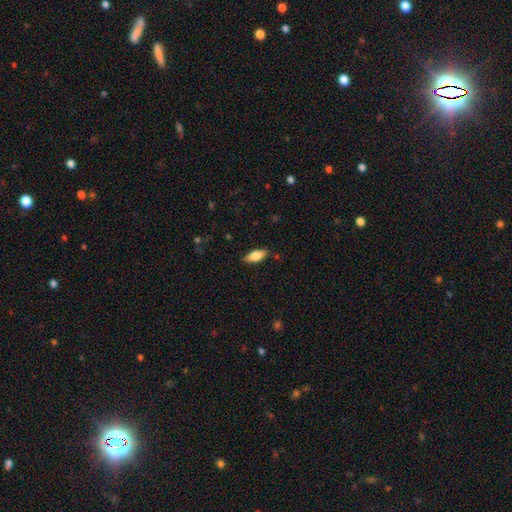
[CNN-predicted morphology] Smooth or featured?
  - smooth: 73% *
  - featured or disk: 21%
  - star or artifact: 7%
How rounded?
  - in between: 79% *
  - cigar-shaped: 18%
  - round: 2%
Merging?
  - none: 86% *
  - minor disturbance: 11%
  - major disturbance: 2%
  - merger: 1%